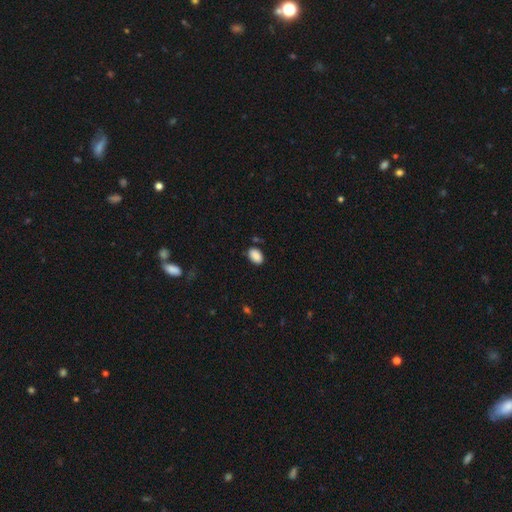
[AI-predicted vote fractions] Q: Smooth or featured?
A: smooth (89%); runner-up: star or artifact (7%)
Q: How rounded?
A: in between (90%); runner-up: round (9%)
Q: Merging?
A: none (79%); runner-up: minor disturbance (15%)